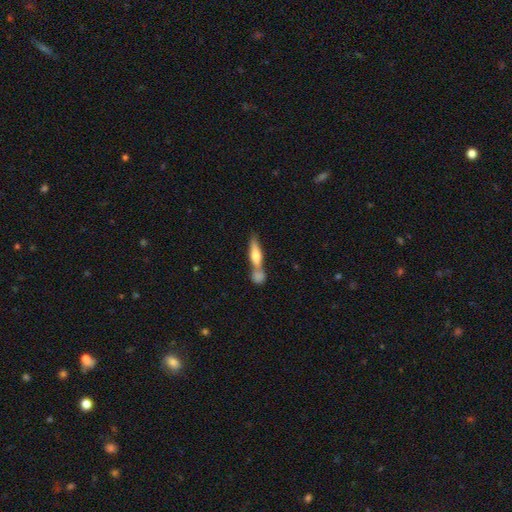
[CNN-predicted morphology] Smooth or featured?
  - smooth: 55% *
  - featured or disk: 39%
  - star or artifact: 6%
How rounded?
  - cigar-shaped: 71% *
  - in between: 26%
  - round: 3%
Merging?
  - merger: 46% *
  - none: 40%
  - minor disturbance: 10%
  - major disturbance: 4%